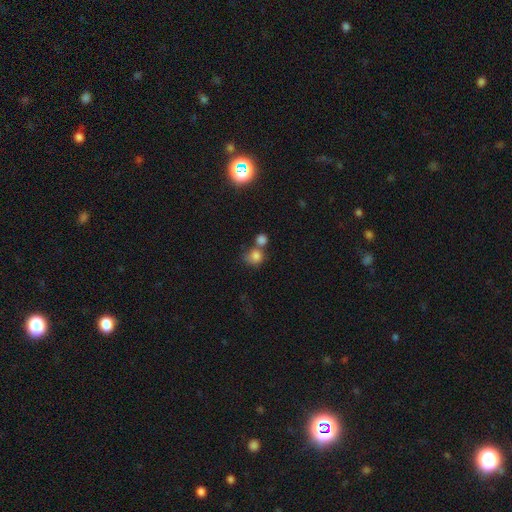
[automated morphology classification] smooth_or_featured: smooth (p=0.80) [alt: star or artifact p=0.12]
how_rounded: round (p=0.72) [alt: in between p=0.26]
merging: merger (p=0.44) [alt: none p=0.39]